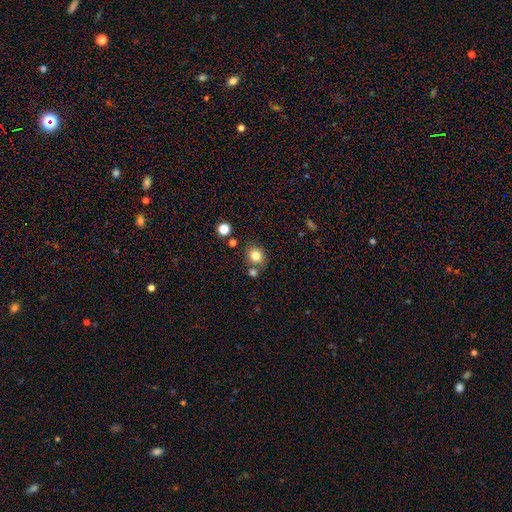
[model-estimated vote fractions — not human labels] Smooth or featured? Predicted: smooth (p=0.81). How rounded? Predicted: round (p=0.75). Merging? Predicted: none (p=0.72).